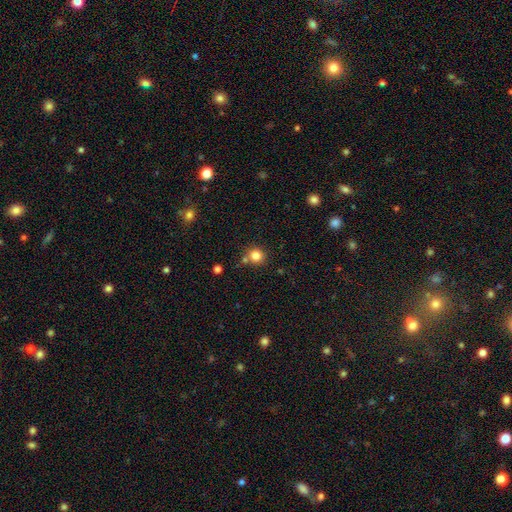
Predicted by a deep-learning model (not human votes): The model was most divided on "merging": none: 76%, merger: 13%, minor disturbance: 9%, major disturbance: 3%. More confident: how rounded — round (91%); smooth or featured — smooth (82%).